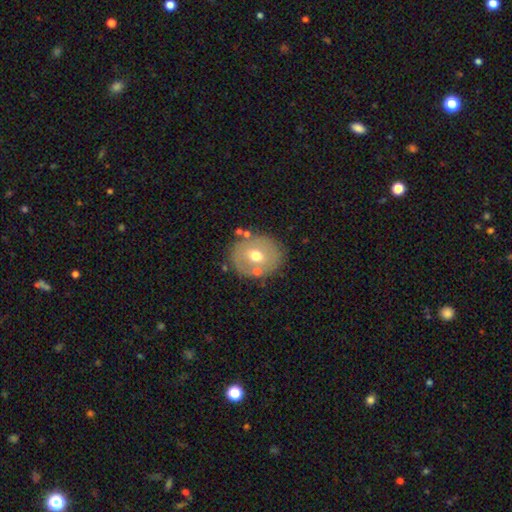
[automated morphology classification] type=smooth (54%); roundness=round (68%); merging=none (78%).